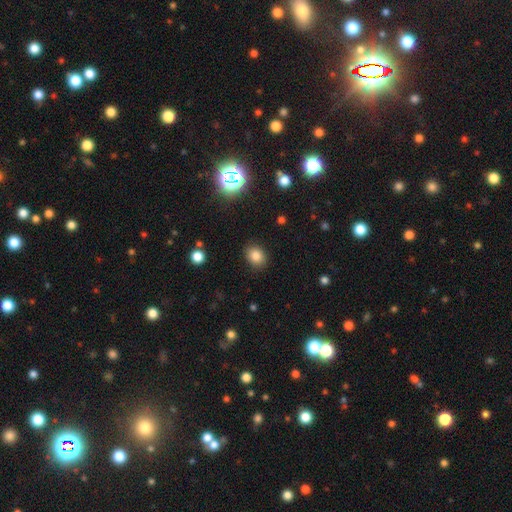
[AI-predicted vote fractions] smooth 81%, star or artifact 12%, featured or disk 6%. Down the decision tree: how rounded — round (55%); merging — none (87%).